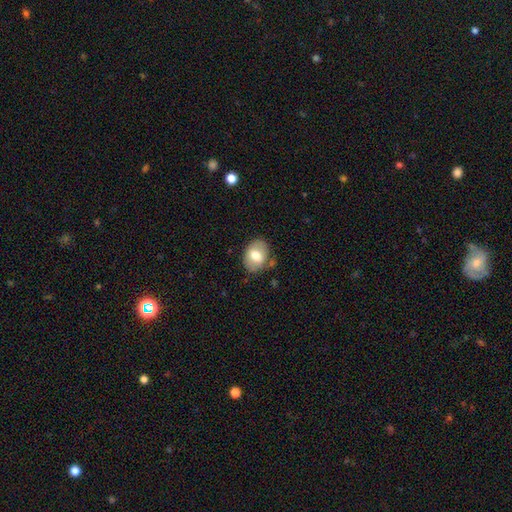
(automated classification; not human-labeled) This is likely a smooth galaxy (70%). How rounded: likely in between (69%). Merging: likely none (77%).